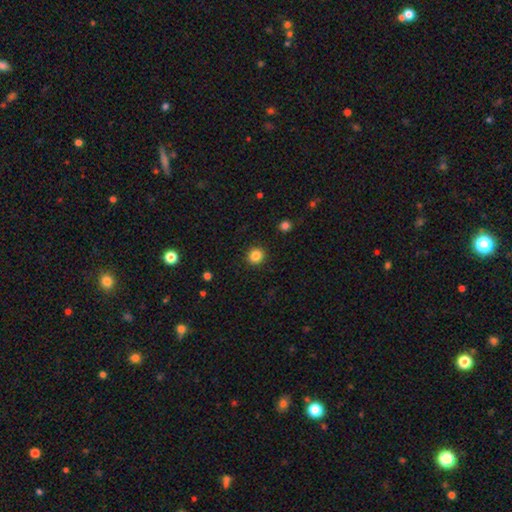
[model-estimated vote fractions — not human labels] Smooth or featured: smooth — 85% (star or artifact — 11%)
How rounded: round — 91% (in between — 8%)
Merging: none — 92% (minor disturbance — 5%)